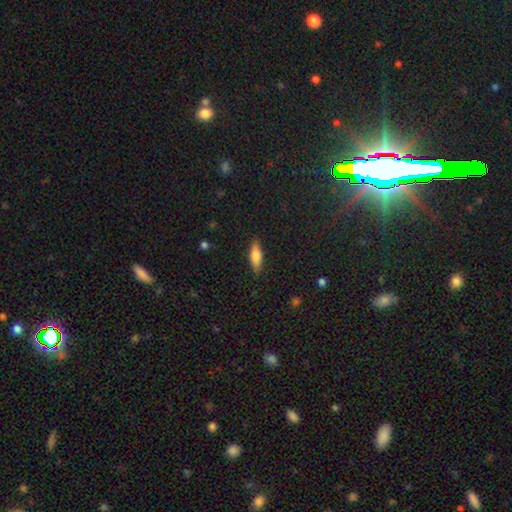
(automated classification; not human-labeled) Smooth or featured: smooth — 73% (featured or disk — 20%)
How rounded: in between — 55% (cigar-shaped — 43%)
Merging: none — 87% (minor disturbance — 10%)